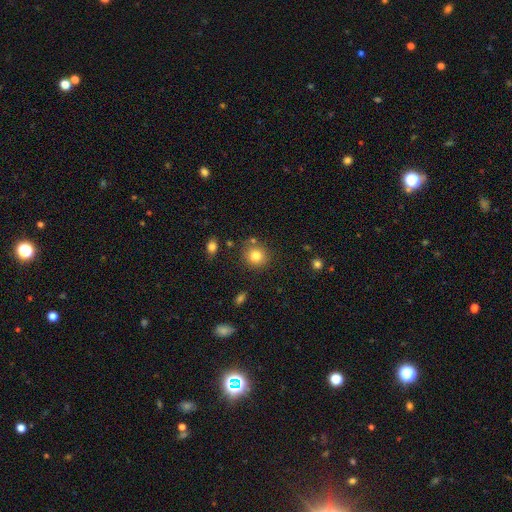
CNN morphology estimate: Overall: smooth (82%). How rounded: round (87%). Merging: none (80%).